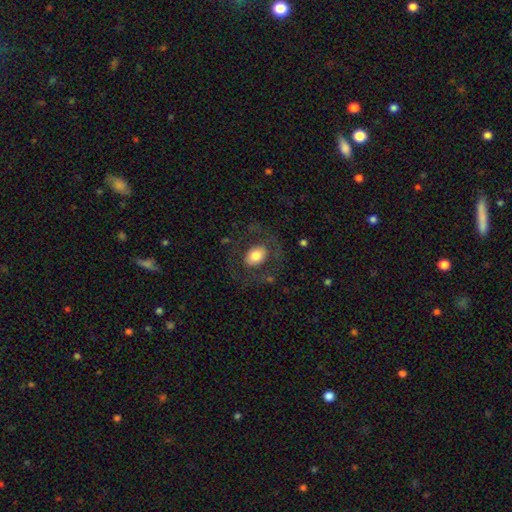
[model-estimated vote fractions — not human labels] A smooth galaxy with no disk features (62%) that is in between round and cigar-shaped (67%). Merging: none (71%).